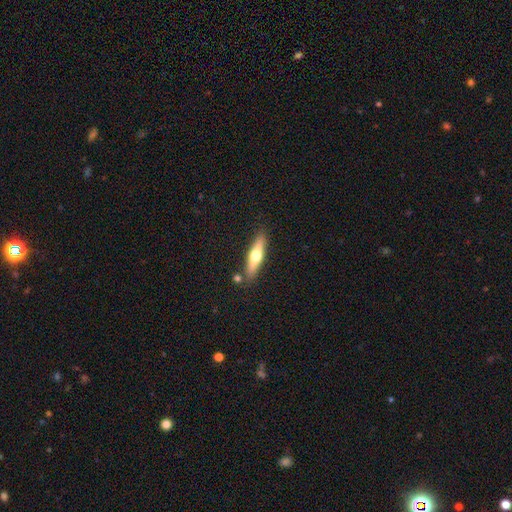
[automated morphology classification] A featured or disk galaxy (48%). Merging: none (83%).